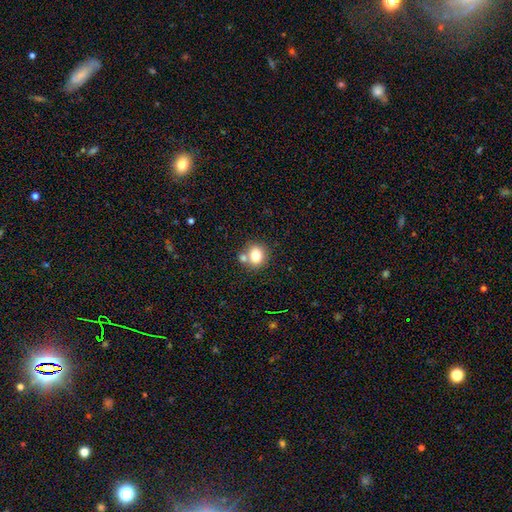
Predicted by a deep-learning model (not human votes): Smooth or featured: smooth — 79% (star or artifact — 11%)
How rounded: round — 72% (in between — 27%)
Merging: none — 61% (merger — 25%)